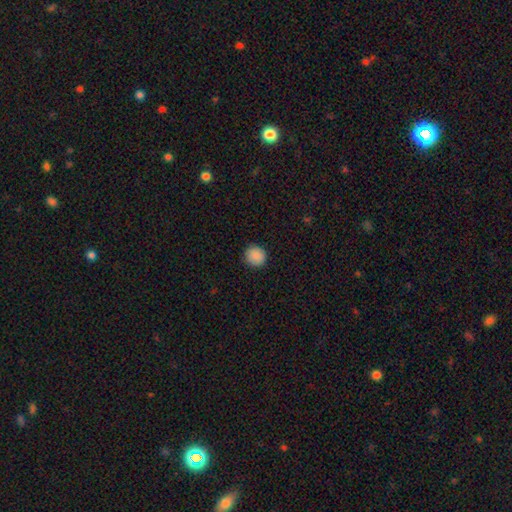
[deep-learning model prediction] Smooth or featured? smooth (88%)
How rounded? round (93%)
Merging? none (91%)